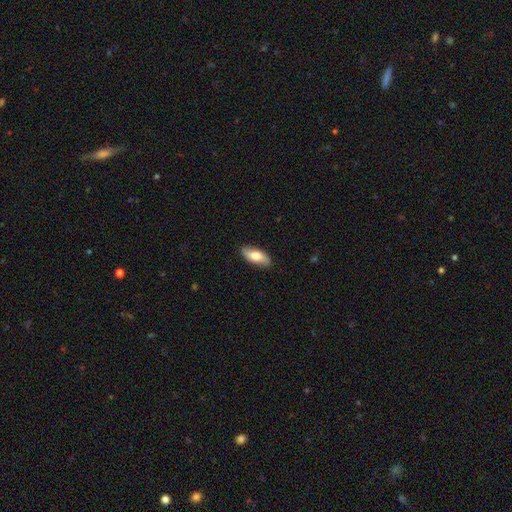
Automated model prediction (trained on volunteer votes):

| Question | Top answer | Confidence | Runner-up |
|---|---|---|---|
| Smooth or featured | smooth | 69% | featured or disk (25%) |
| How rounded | in between | 78% | cigar-shaped (19%) |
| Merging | none | 86% | minor disturbance (11%) |